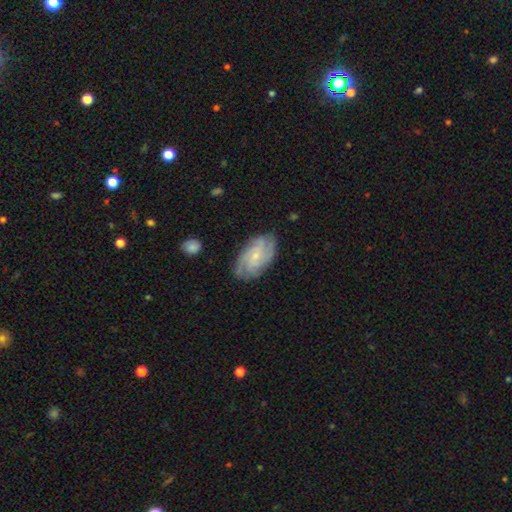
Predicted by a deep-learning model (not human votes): Morphology: type=featured or disk (79%); edge-on=no (96%); bar=no (61%); spiral arms=yes (95%); winding=tight (53%); arm count=can't tell (26%, tied with 3); bulge=small (74%); merging=none (79%).